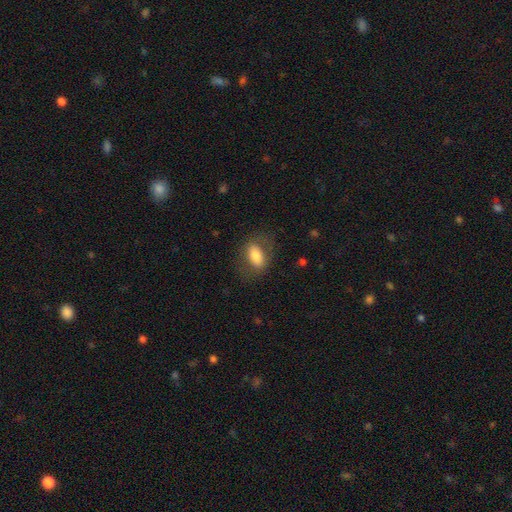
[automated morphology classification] A smooth galaxy with no disk features (73%) that is in between round and cigar-shaped (87%). Merging: none (72%).